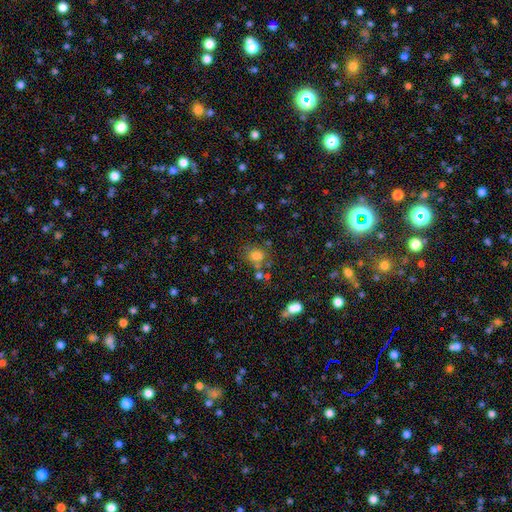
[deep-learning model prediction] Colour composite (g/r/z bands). It shows a smooth galaxy with no disk features (75%) that is round (68%). Merging: none (64%).